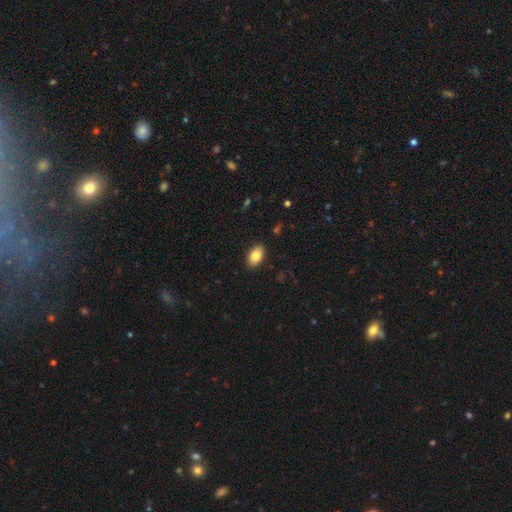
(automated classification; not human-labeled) smooth-or-featured: smooth: 84% | featured or disk: 9% | star or artifact: 7%
  how-rounded: in between: 91% | round: 7% | cigar-shaped: 1%
  merging: none: 89% | minor disturbance: 8% | major disturbance: 2% | merger: 1%